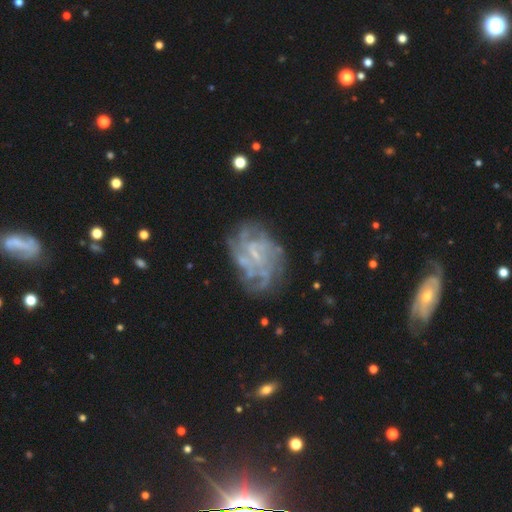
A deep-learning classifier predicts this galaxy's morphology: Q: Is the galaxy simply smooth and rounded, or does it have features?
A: featured or disk — 79%.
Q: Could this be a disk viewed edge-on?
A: no — 98%.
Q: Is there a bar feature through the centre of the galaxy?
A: no — 47%.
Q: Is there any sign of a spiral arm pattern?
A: yes — 80%.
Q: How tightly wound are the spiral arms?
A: tight — 49%.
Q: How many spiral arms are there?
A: can't tell — 48%.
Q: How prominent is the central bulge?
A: small — 50%.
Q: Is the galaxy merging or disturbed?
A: none — 61%.